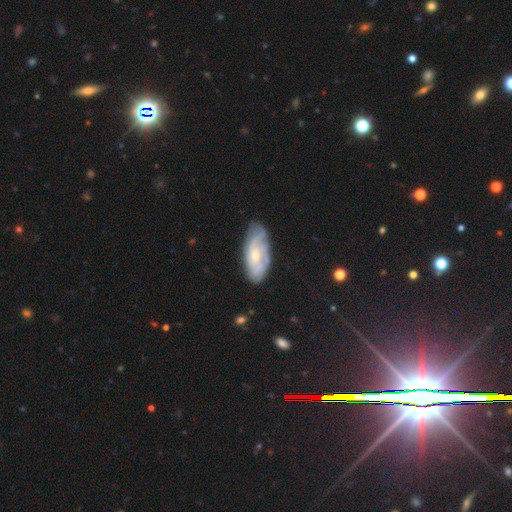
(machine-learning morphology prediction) Smooth or featured: featured or disk — 63% (smooth — 31%)
Edge-on disk: no — 91% (yes — 9%)
Bar: no — 72% (weak — 24%)
Spiral arms: yes — 80% (no — 20%)
Bulge size: small — 60% (moderate — 35%)
Merging: none — 67% (minor disturbance — 24%)